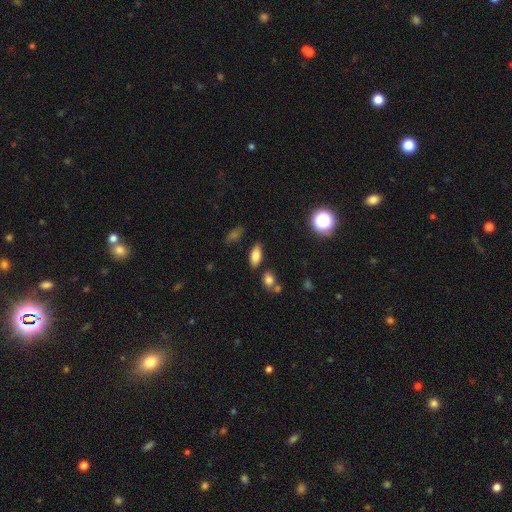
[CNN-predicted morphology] Overall: smooth (79%). How rounded: in between (85%). Merging: none (79%).